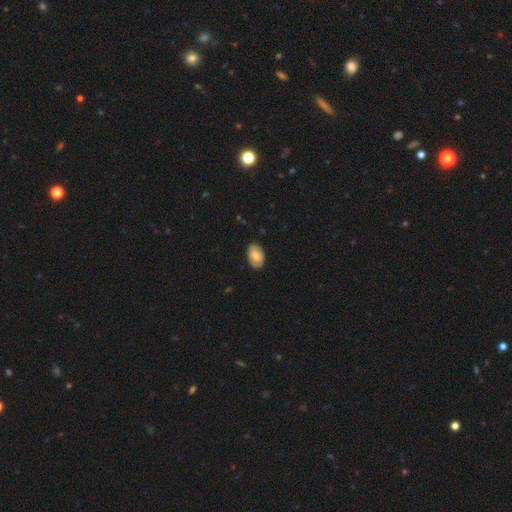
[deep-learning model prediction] Smooth or featured? Predicted: smooth (p=0.67). How rounded? Predicted: in between (p=0.91). Merging? Predicted: none (p=0.84).